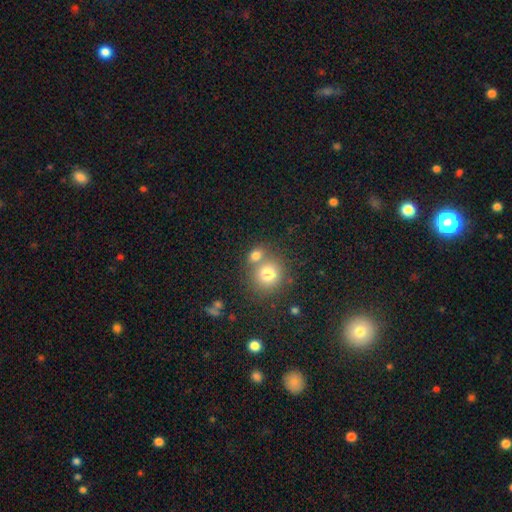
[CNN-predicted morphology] This is likely a smooth galaxy (78%). How rounded: likely round (70%). Merging: possibly none (47%).